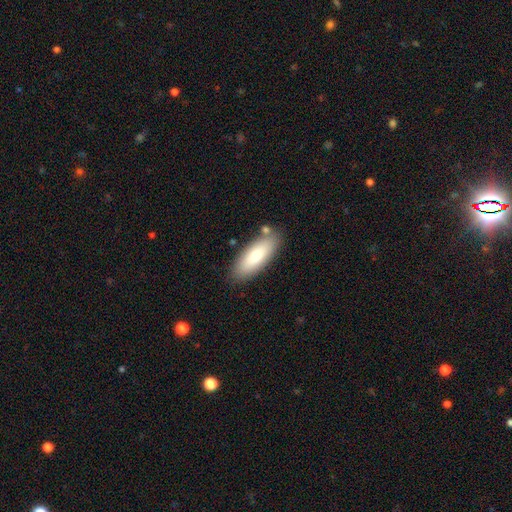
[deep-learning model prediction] Smooth or featured? smooth (76%)
How rounded? in between (74%)
Merging? none (79%)